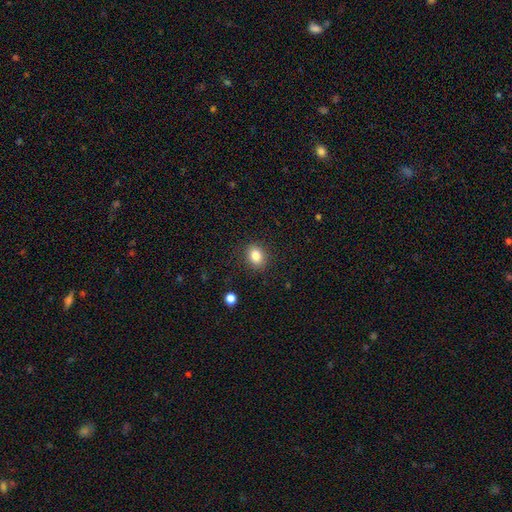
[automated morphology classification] The model was most divided on "how rounded": in between: 53%, round: 46%, cigar-shaped: 1%. More confident: merging — none (87%); smooth or featured — smooth (84%).